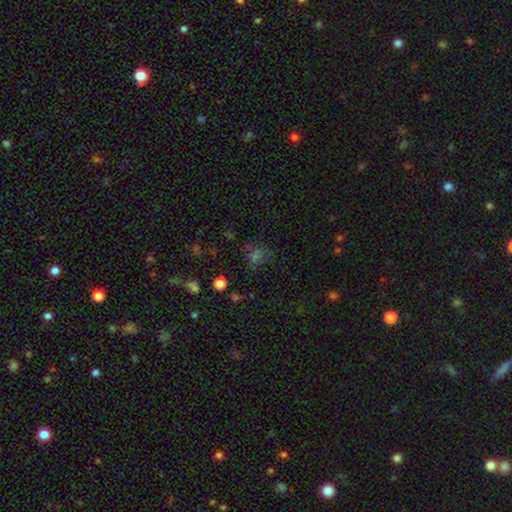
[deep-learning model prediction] A smooth galaxy with no disk features (49%).

Vote fractions:
- Smooth or featured? smooth: 49% / star or artifact: 39% / featured or disk: 12%
- Merging? none: 67% / minor disturbance: 17% / major disturbance: 10% / merger: 5%